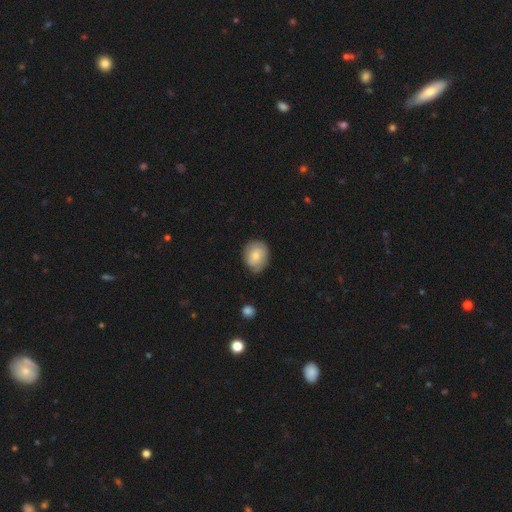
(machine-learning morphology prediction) type=smooth (71%); roundness=round (54%); merging=none (76%).